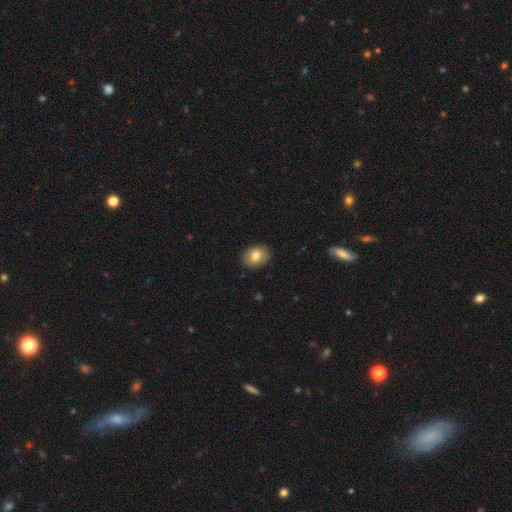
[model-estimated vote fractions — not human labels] Smooth or featured?
  - smooth: 81% *
  - featured or disk: 11%
  - star or artifact: 8%
How rounded?
  - in between: 63% *
  - round: 36%
  - cigar-shaped: 1%
Merging?
  - none: 88% *
  - minor disturbance: 9%
  - major disturbance: 2%
  - merger: 1%